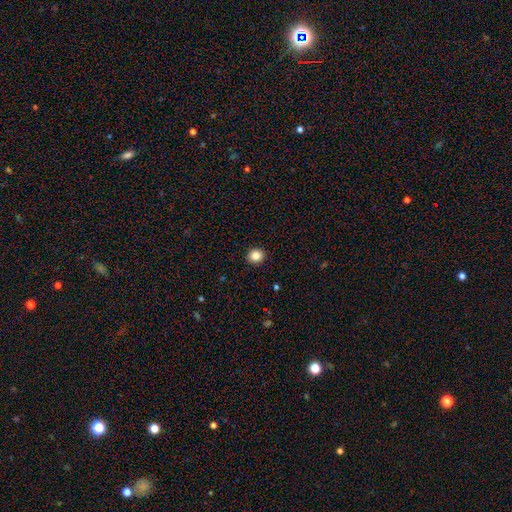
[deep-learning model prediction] Morphology: type=smooth (86%); roundness=round (88%); merging=none (93%).